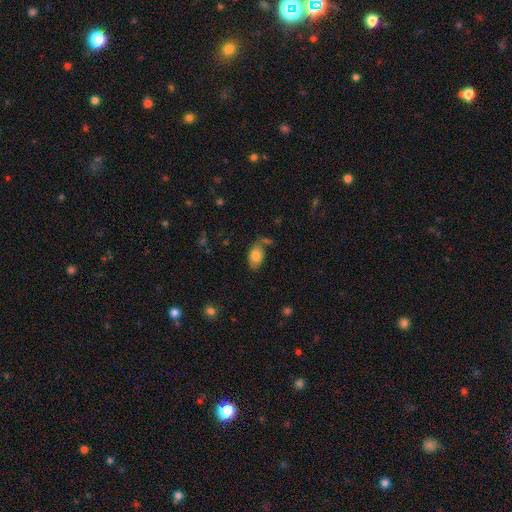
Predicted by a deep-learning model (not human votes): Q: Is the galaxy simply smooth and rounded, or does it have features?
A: smooth — 80%.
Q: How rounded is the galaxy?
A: in between — 90%.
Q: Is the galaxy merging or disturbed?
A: none — 66%.